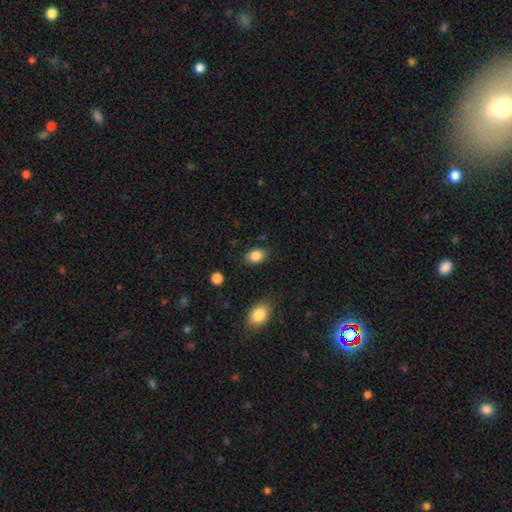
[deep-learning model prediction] Smooth or featured?
  - smooth: 86% *
  - star or artifact: 9%
  - featured or disk: 5%
How rounded?
  - in between: 79% *
  - round: 19%
  - cigar-shaped: 1%
Merging?
  - none: 84% *
  - minor disturbance: 11%
  - major disturbance: 3%
  - merger: 2%